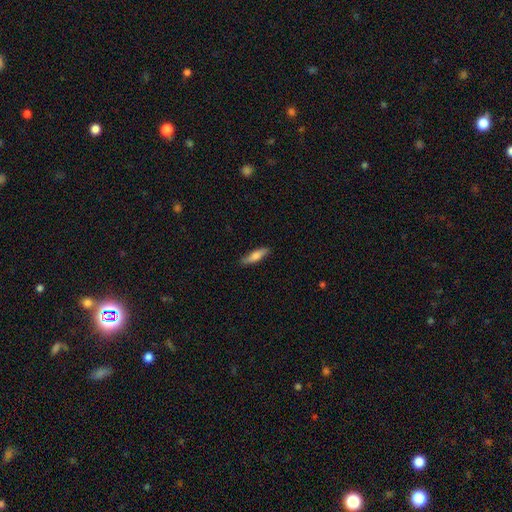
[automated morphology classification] This is likely a smooth galaxy (70%). How rounded: likely cigar-shaped (65%). Merging: clearly none (85%).